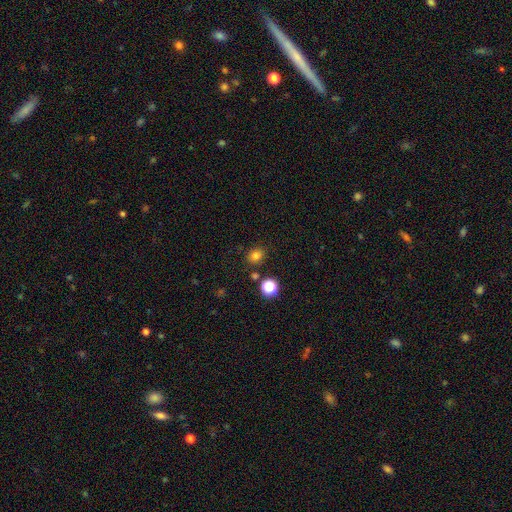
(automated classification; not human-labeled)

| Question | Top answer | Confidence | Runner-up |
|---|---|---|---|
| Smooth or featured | smooth | 78% | star or artifact (16%) |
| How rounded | round | 62% | in between (37%) |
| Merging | none | 83% | minor disturbance (10%) |